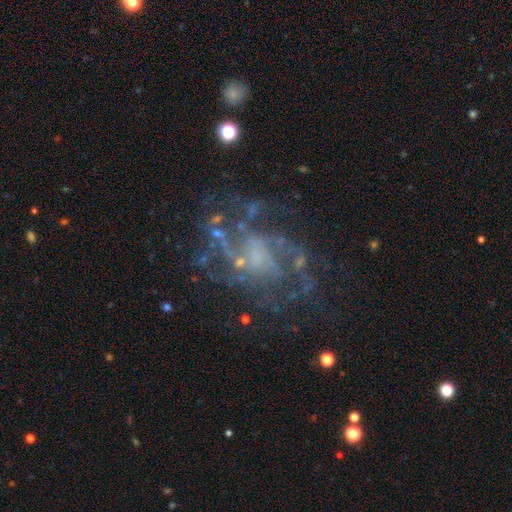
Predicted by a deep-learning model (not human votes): Smooth or featured: featured or disk — 81% (star or artifact — 12%)
Edge-on disk: no — 97% (yes — 3%)
Bar: no — 62% (weak — 30%)
Spiral arms: yes — 79% (no — 21%)
Spiral winding: medium — 44% (tight — 32%)
Spiral arm count: can't tell — 42% (2 — 18%)
Bulge size: none — 44% (small — 33%)
Merging: none — 60% (major disturbance — 20%)